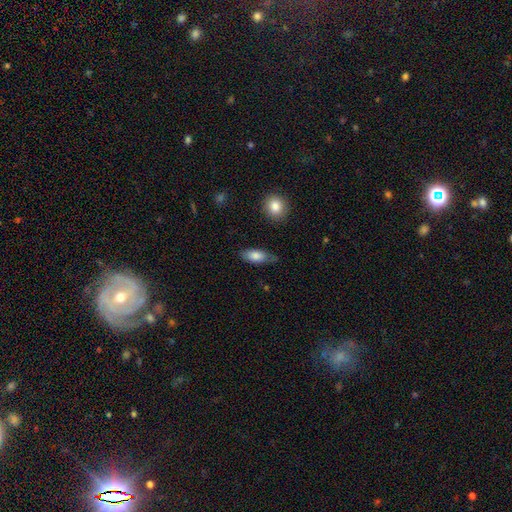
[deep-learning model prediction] Q: Smooth or featured?
A: smooth (80%); runner-up: featured or disk (13%)
Q: How rounded?
A: in between (81%); runner-up: cigar-shaped (16%)
Q: Merging?
A: none (66%); runner-up: minor disturbance (26%)